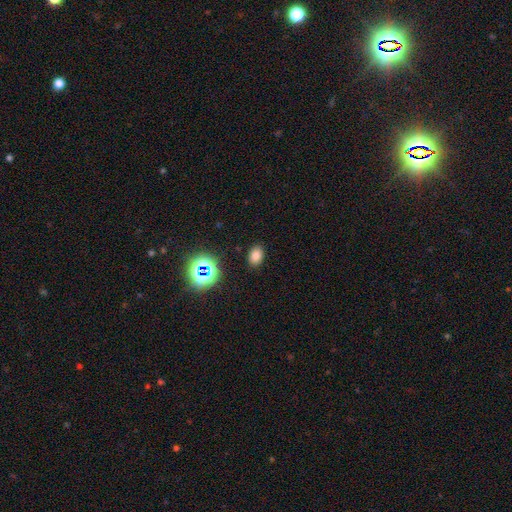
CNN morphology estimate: Q: Smooth or featured?
A: smooth (76%); runner-up: star or artifact (18%)
Q: How rounded?
A: in between (79%); runner-up: round (20%)
Q: Merging?
A: none (87%); runner-up: minor disturbance (9%)